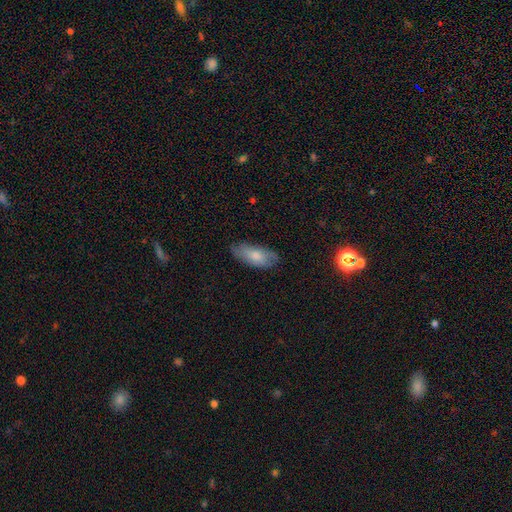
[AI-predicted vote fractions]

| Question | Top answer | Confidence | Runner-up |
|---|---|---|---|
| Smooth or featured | smooth | 75% | featured or disk (19%) |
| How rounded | in between | 84% | cigar-shaped (13%) |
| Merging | none | 77% | minor disturbance (18%) |